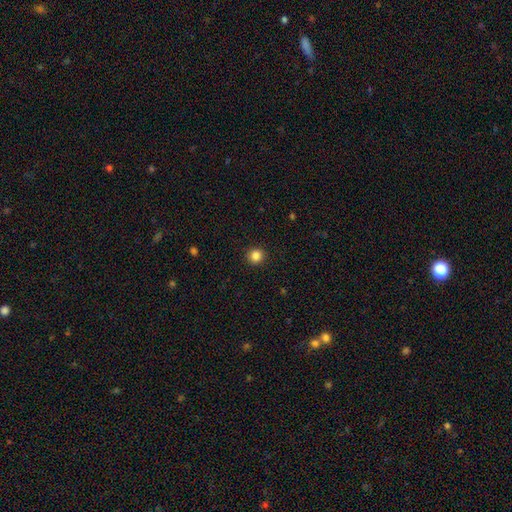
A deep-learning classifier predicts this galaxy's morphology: Smooth or featured? Predicted: smooth (p=0.85). How rounded? Predicted: round (p=0.93). Merging? Predicted: none (p=0.92).